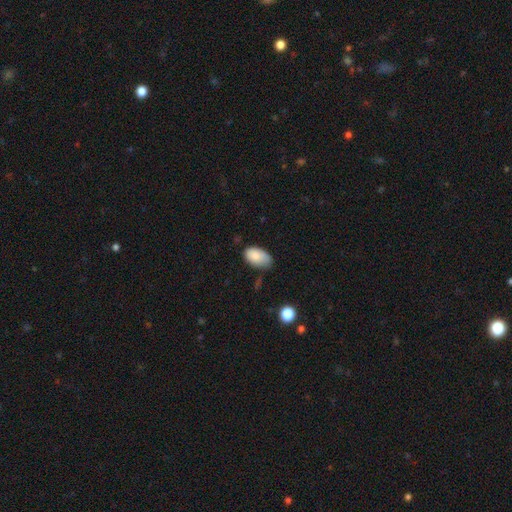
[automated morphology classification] This appears to be a smooth galaxy with no disk features (82%) that is in between round and cigar-shaped (93%). Merging: none (51%).